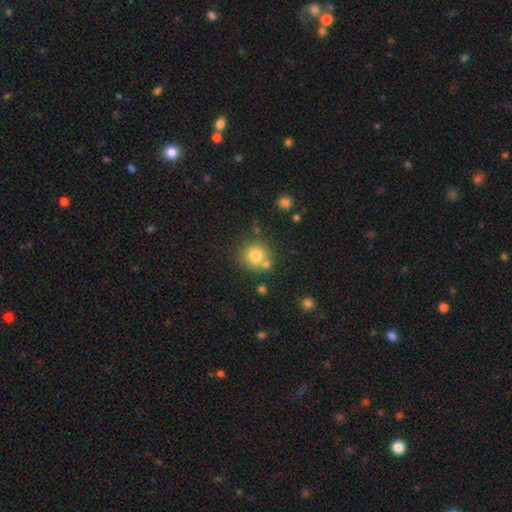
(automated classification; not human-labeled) Smooth or featured? Predicted: smooth (p=0.79). How rounded? Predicted: round (p=0.89). Merging? Predicted: none (p=0.63).